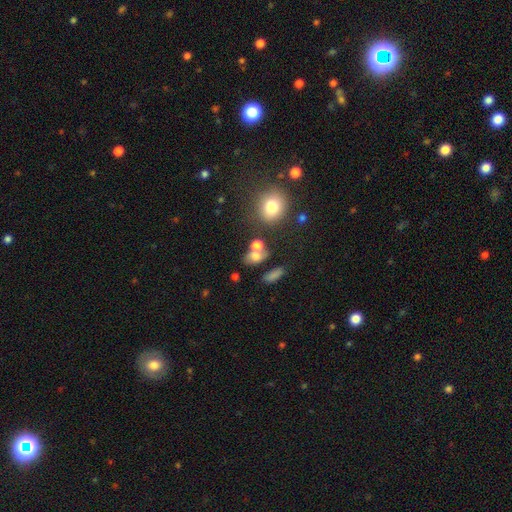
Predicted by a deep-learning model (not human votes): This appears to be a smooth galaxy with no disk features (70%) that is in between round and cigar-shaped (54%). Merging: none (44%).